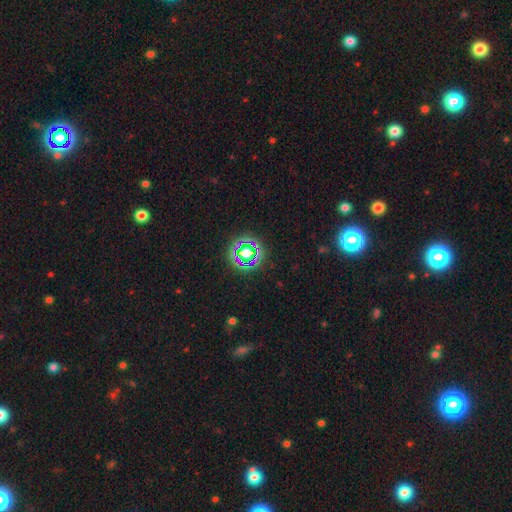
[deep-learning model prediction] smooth_or_featured: star or artifact (p=0.78) [alt: smooth p=0.15]